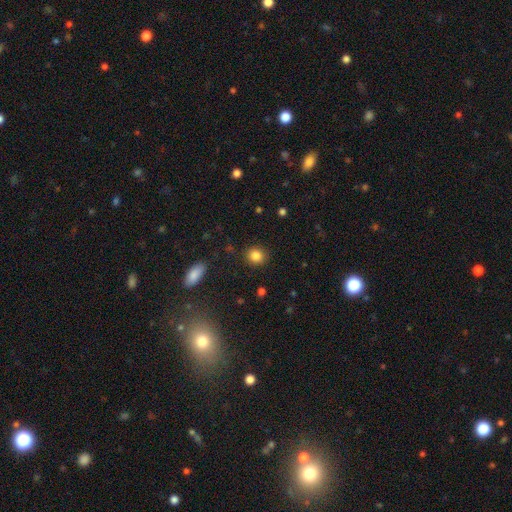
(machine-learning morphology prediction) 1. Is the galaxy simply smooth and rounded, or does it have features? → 85% smooth, 10% star or artifact, 5% featured or disk.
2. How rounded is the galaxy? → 82% round, 17% in between, 1% cigar-shaped.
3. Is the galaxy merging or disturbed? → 89% none, 7% minor disturbance, 2% major disturbance, 1% merger.